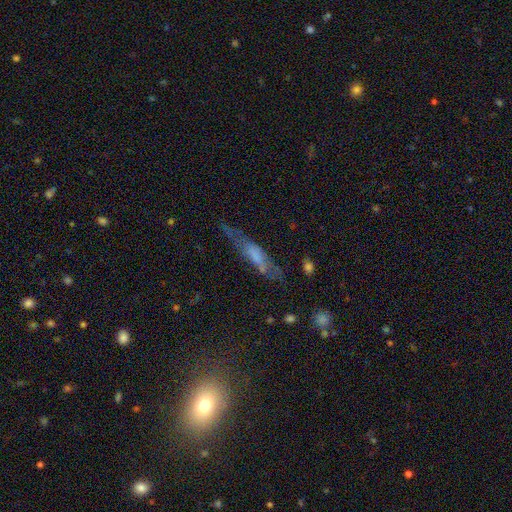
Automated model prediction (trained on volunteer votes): Smooth or featured: featured or disk — 46% (smooth — 44%)
Merging: none — 53% (minor disturbance — 26%)